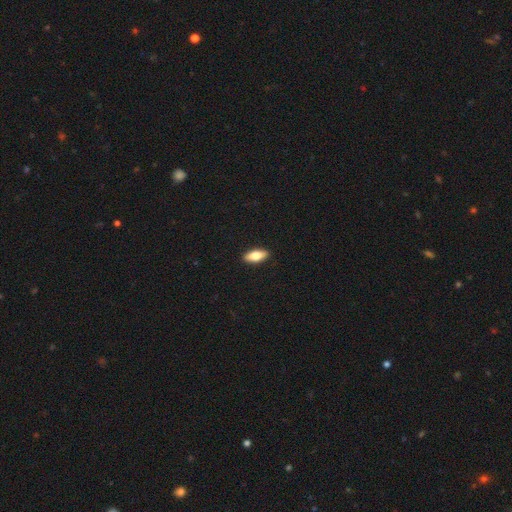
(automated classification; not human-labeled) A smooth galaxy with no disk features (75%) that is in between round and cigar-shaped (79%). Merging: none (91%).